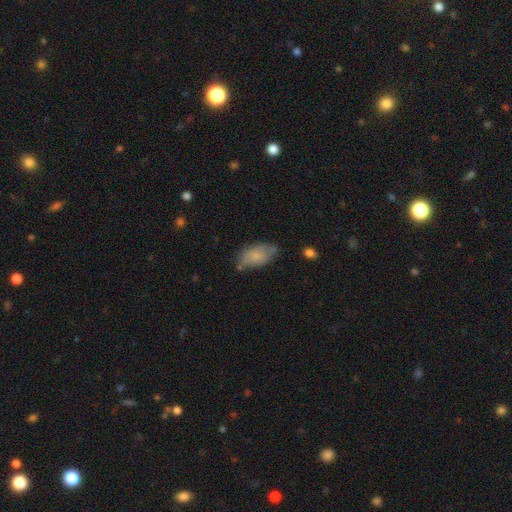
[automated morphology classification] Smooth or featured? smooth (75%)
How rounded? in between (92%)
Merging? none (61%)